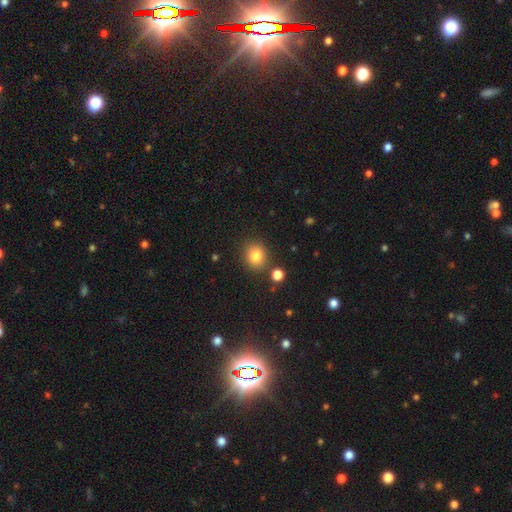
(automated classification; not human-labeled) Smooth or featured? Predicted: smooth (p=0.82). How rounded? Predicted: round (p=0.79). Merging? Predicted: none (p=0.82).